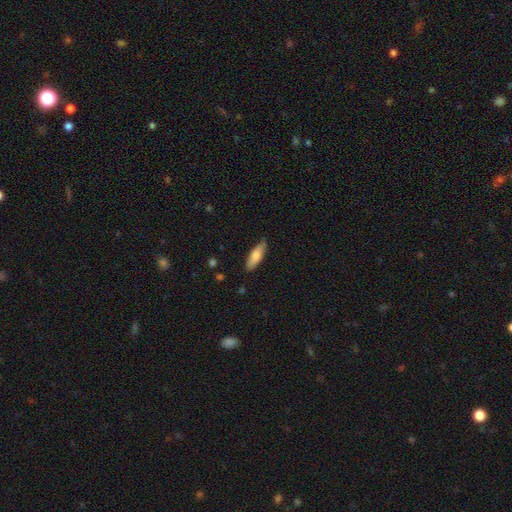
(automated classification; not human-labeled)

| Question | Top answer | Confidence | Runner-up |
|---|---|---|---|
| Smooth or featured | smooth | 74% | featured or disk (20%) |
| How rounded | in between | 51% | cigar-shaped (47%) |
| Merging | none | 81% | minor disturbance (15%) |